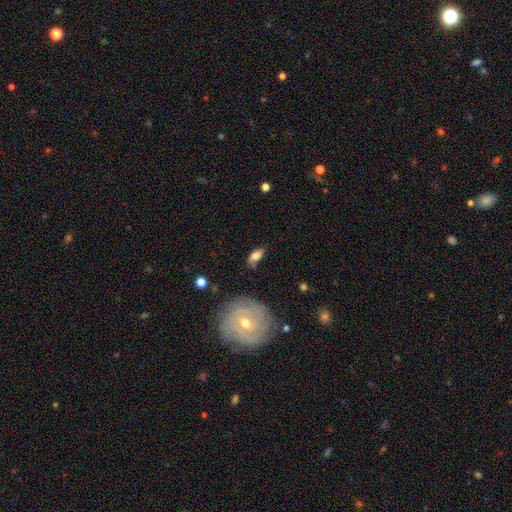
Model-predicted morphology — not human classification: smooth-or-featured: smooth: 73% | featured or disk: 18% | star or artifact: 9%
  how-rounded: in between: 84% | cigar-shaped: 10% | round: 6%
  merging: none: 67% | minor disturbance: 22% | major disturbance: 7% | merger: 4%